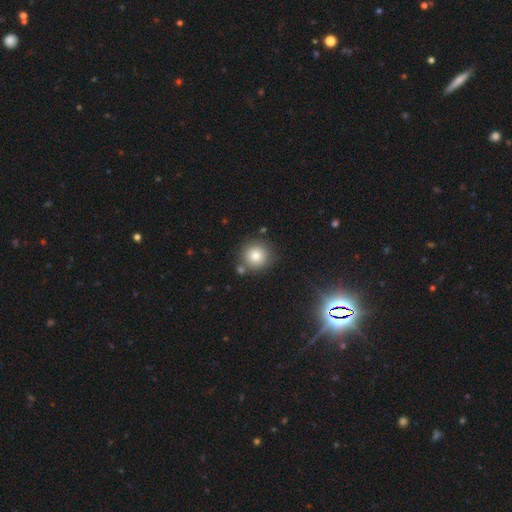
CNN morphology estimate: Smooth or featured: smooth — 78% (star or artifact — 12%)
How rounded: round — 94% (in between — 5%)
Merging: none — 78% (merger — 9%)